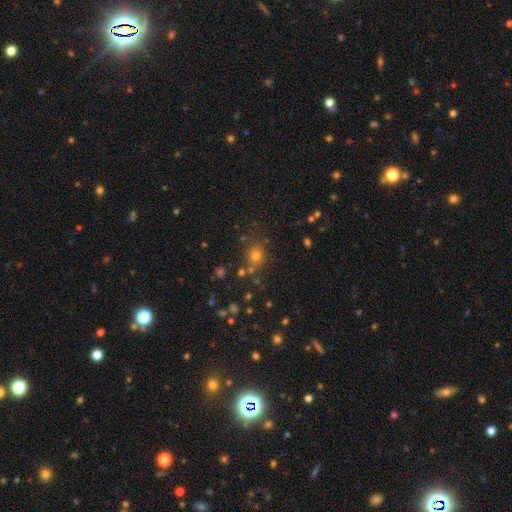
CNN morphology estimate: type=smooth (68%); roundness=round (84%); merging=none (75%).